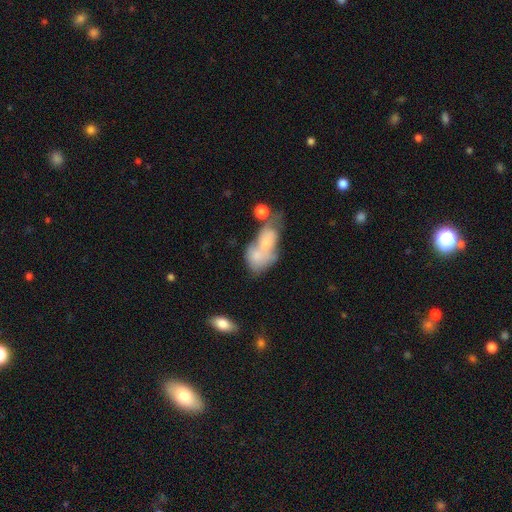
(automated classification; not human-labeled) smooth-or-featured: smooth: 65% | featured or disk: 27% | star or artifact: 8%
  how-rounded: in between: 80% | round: 17% | cigar-shaped: 3%
  merging: merger: 68% | none: 14% | major disturbance: 9% | minor disturbance: 9%